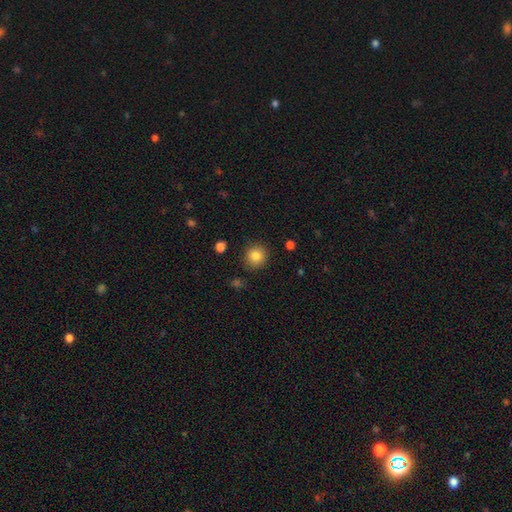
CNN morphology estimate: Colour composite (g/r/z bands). It shows a smooth galaxy with no disk features (85%) that is round (90%). Merging: none (88%).